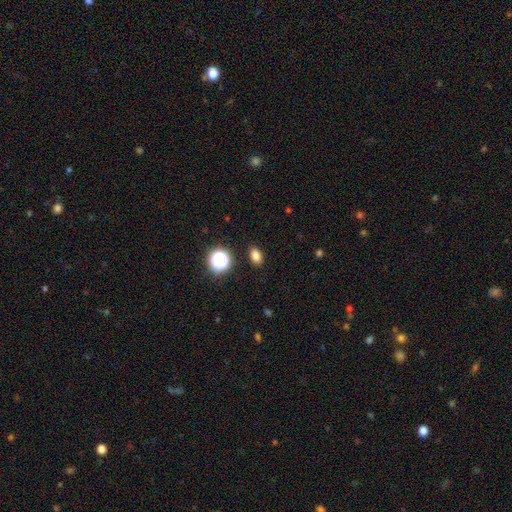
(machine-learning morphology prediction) type=smooth (79%); roundness=in between (77%); merging=none (88%).